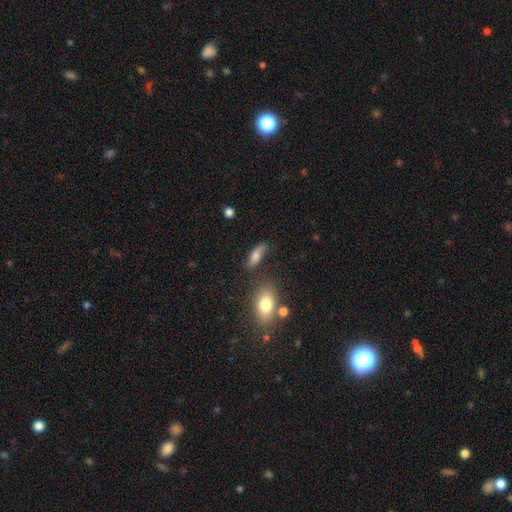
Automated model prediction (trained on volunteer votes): smooth-or-featured: smooth: 67% | featured or disk: 23% | star or artifact: 9%
  how-rounded: in between: 65% | cigar-shaped: 30% | round: 5%
  merging: none: 62% | minor disturbance: 24% | major disturbance: 9% | merger: 6%